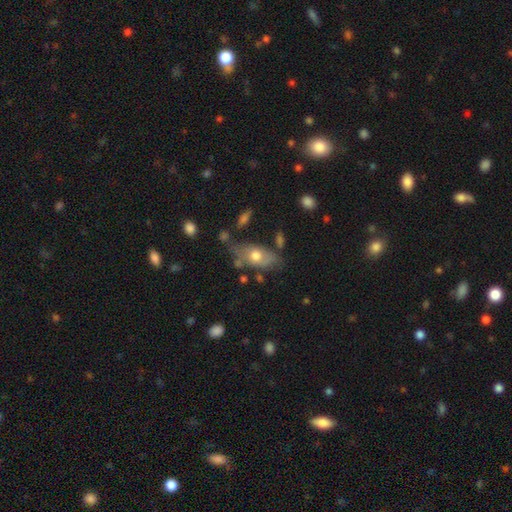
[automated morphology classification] Smooth or featured?
  - smooth: 60% *
  - featured or disk: 32%
  - star or artifact: 8%
How rounded?
  - in between: 85% *
  - cigar-shaped: 8%
  - round: 7%
Merging?
  - none: 62% *
  - minor disturbance: 22%
  - merger: 8%
  - major disturbance: 7%